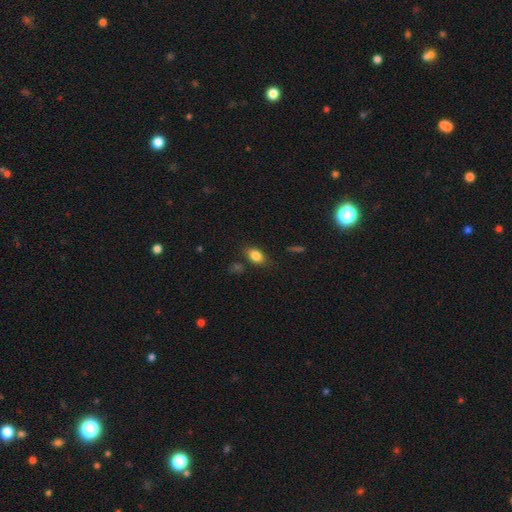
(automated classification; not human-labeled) Smooth or featured: smooth — 83% (star or artifact — 9%)
How rounded: in between — 82% (round — 14%)
Merging: none — 77% (minor disturbance — 16%)